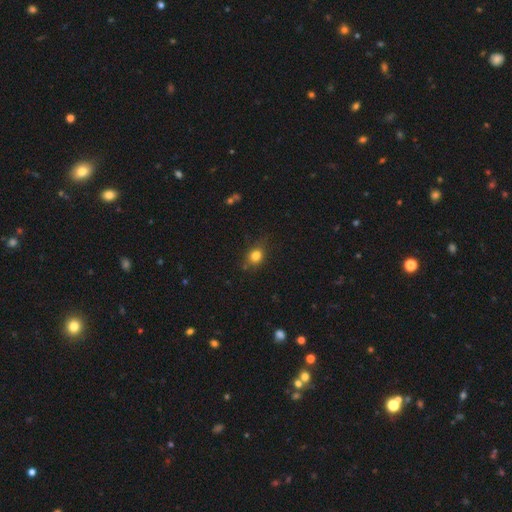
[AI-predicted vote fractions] Morphology: type=smooth (81%); roundness=round (58%); merging=none (73%).